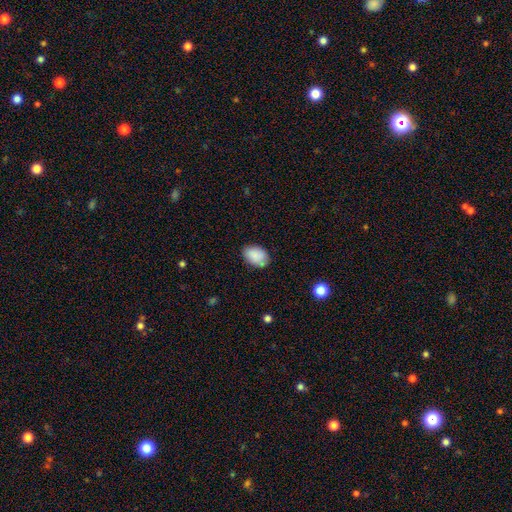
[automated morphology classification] Q: Smooth or featured?
A: smooth (86%); runner-up: star or artifact (7%)
Q: How rounded?
A: in between (82%); runner-up: round (17%)
Q: Merging?
A: none (77%); runner-up: minor disturbance (17%)